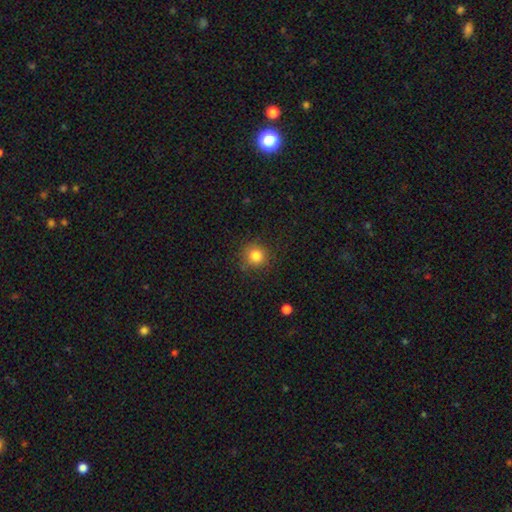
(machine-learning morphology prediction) Q: Smooth or featured?
A: smooth (82%); runner-up: star or artifact (12%)
Q: How rounded?
A: round (91%); runner-up: in between (8%)
Q: Merging?
A: none (86%); runner-up: minor disturbance (10%)